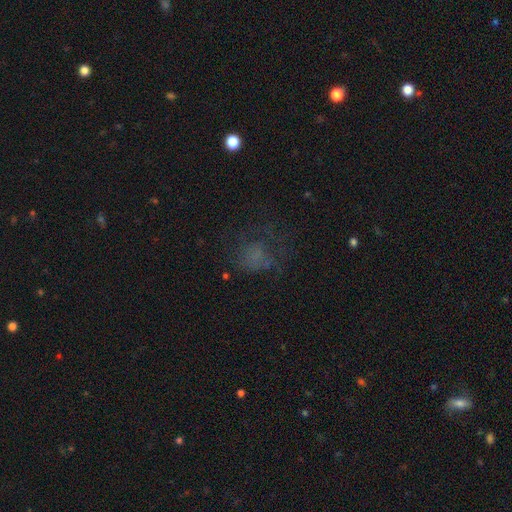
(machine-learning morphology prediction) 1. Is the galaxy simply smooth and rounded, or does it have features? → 47% smooth, 27% featured or disk, 27% star or artifact.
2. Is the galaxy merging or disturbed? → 49% none, 30% major disturbance, 18% minor disturbance, 2% merger.